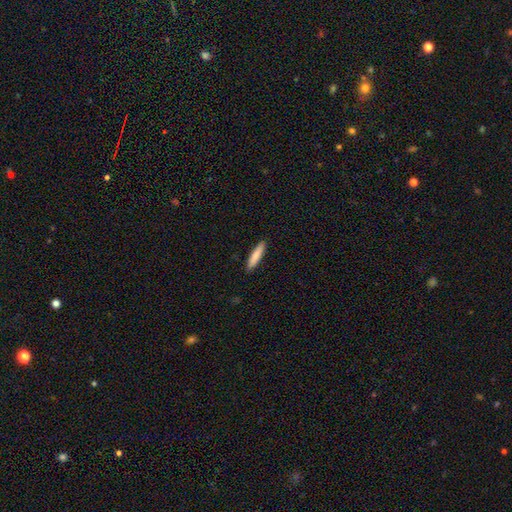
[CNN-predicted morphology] type=smooth (83%); roundness=cigar-shaped (86%); merging=none (91%).